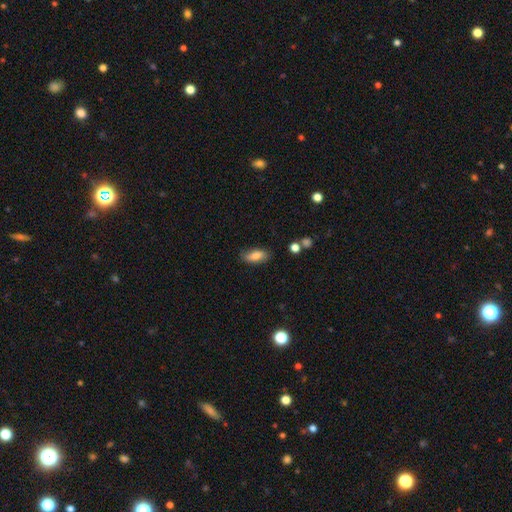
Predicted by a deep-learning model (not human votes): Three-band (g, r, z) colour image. It shows a smooth galaxy with no disk features (80%) that is in between round and cigar-shaped (83%). Merging: none (80%).